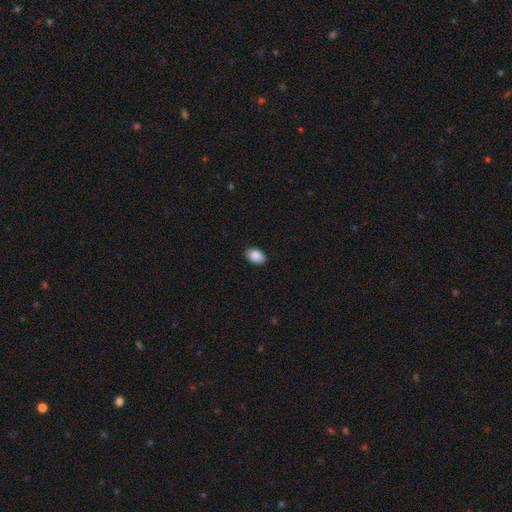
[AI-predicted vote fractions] smooth_or_featured: smooth (p=0.89) [alt: star or artifact p=0.07]
how_rounded: in between (p=0.87) [alt: round p=0.12]
merging: none (p=0.87) [alt: minor disturbance p=0.10]